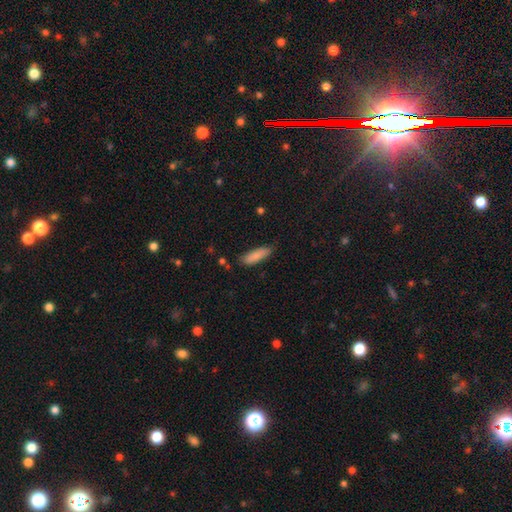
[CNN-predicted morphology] Smooth or featured? Predicted: smooth (p=0.86). How rounded? Predicted: cigar-shaped (p=0.51). Merging? Predicted: none (p=0.77).